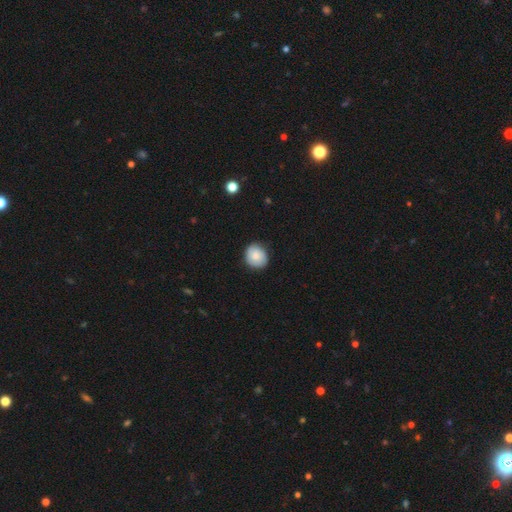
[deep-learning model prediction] Smooth or featured? smooth (74%)
How rounded? round (76%)
Merging? none (82%)